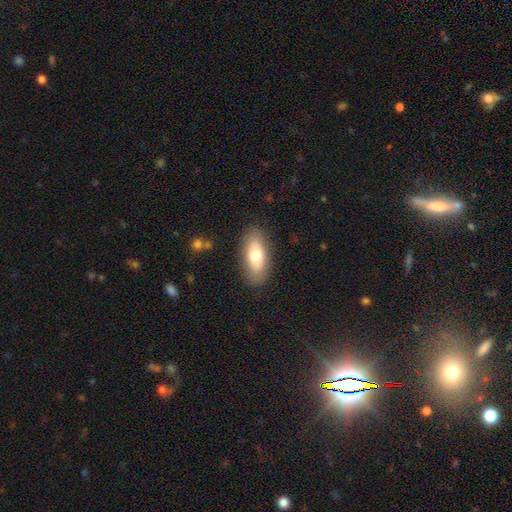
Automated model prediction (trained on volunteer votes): This is likely a smooth galaxy (73%). How rounded: clearly in between (82%). Merging: clearly none (87%).